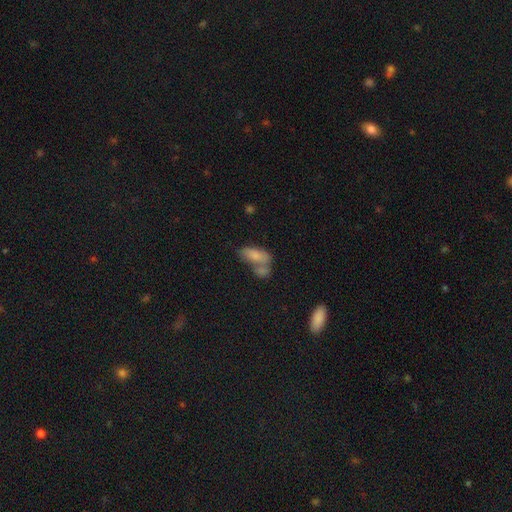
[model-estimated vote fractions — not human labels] Q: Smooth or featured?
A: smooth (76%); runner-up: featured or disk (16%)
Q: How rounded?
A: in between (85%); runner-up: cigar-shaped (11%)
Q: Merging?
A: merger (54%); runner-up: none (27%)